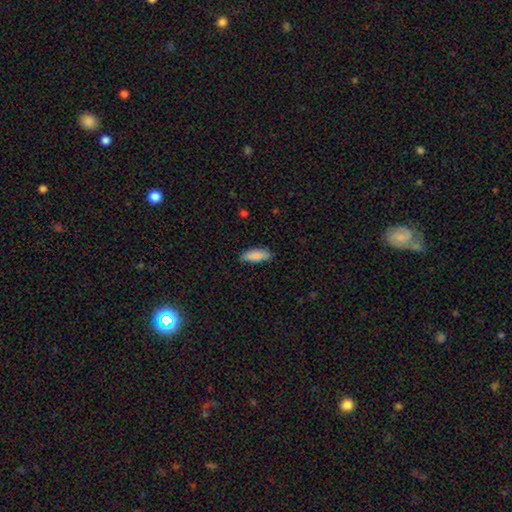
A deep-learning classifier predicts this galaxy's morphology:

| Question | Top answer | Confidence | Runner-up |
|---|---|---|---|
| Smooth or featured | smooth | 86% | featured or disk (8%) |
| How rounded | in between | 72% | cigar-shaped (26%) |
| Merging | none | 83% | minor disturbance (14%) |